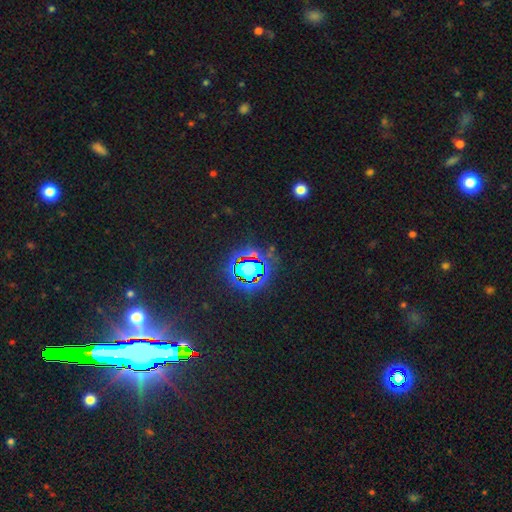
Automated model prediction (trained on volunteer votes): smooth_or_featured: star or artifact (p=0.83) [alt: smooth p=0.09]